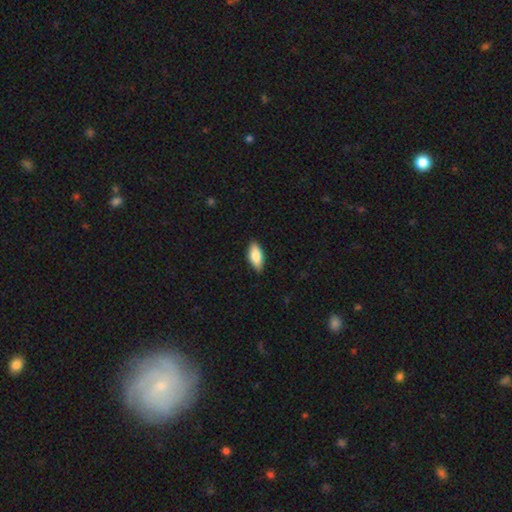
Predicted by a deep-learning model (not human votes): Q: Smooth or featured?
A: smooth (84%); runner-up: featured or disk (10%)
Q: How rounded?
A: in between (85%); runner-up: cigar-shaped (12%)
Q: Merging?
A: none (87%); runner-up: minor disturbance (10%)